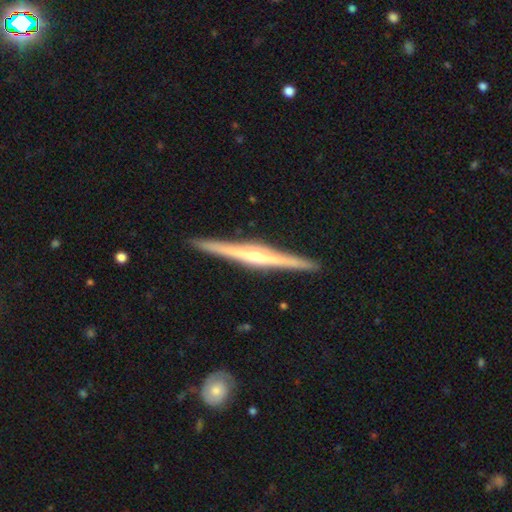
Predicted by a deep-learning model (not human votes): This is clearly a featured or disk galaxy (83%). It is clearly viewed edge-on (98%). Edge-on bulge: likely rounded (78%). Merging: clearly none (92%).